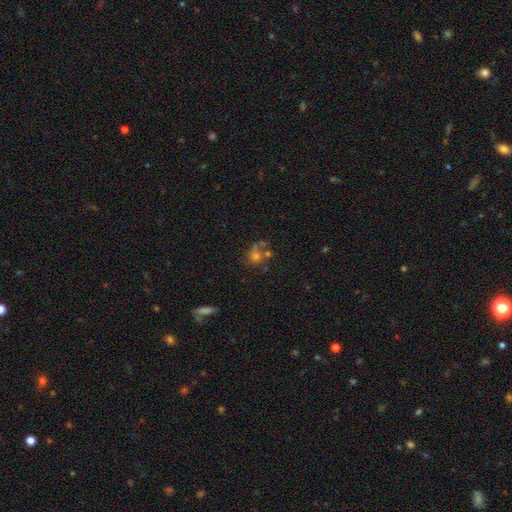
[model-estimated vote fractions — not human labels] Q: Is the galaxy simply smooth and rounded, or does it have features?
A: smooth — 41%.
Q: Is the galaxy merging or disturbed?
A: none — 35%.